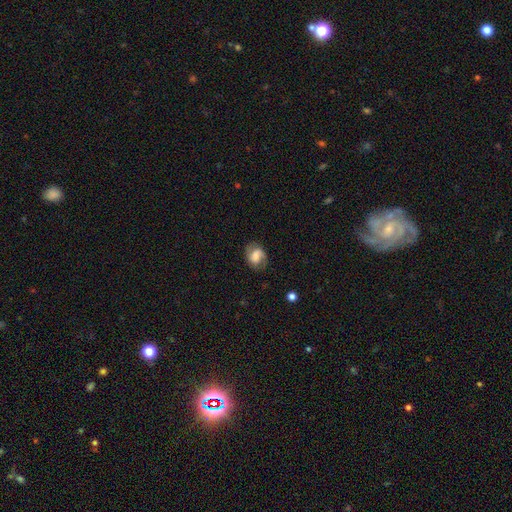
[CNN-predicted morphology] Smooth or featured?
  - featured or disk: 48% *
  - smooth: 43%
  - star or artifact: 9%
Merging?
  - none: 68% *
  - minor disturbance: 21%
  - major disturbance: 9%
  - merger: 2%